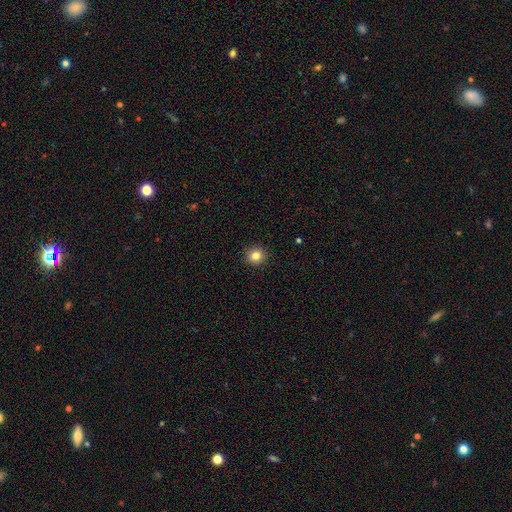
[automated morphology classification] This appears to be a smooth galaxy with no disk features (82%) that is round (92%). Merging: none (92%).